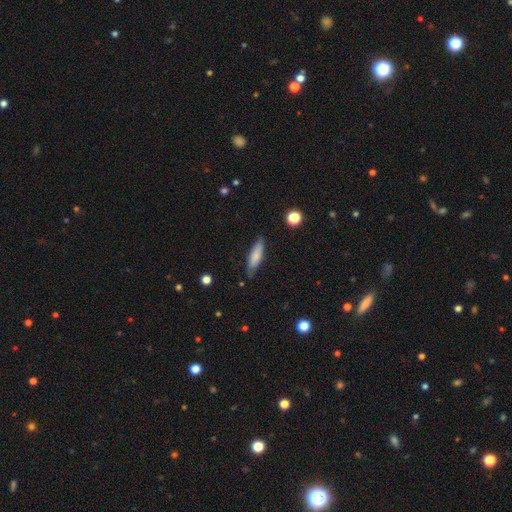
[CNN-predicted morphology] A smooth galaxy with no disk features (77%) that is cigar-shaped (62%).

Vote fractions:
- Smooth or featured? smooth: 77% / featured or disk: 17% / star or artifact: 6%
- How rounded? cigar-shaped: 62% / in between: 37% / round: 2%
- Merging? none: 78% / minor disturbance: 17% / major disturbance: 3% / merger: 2%